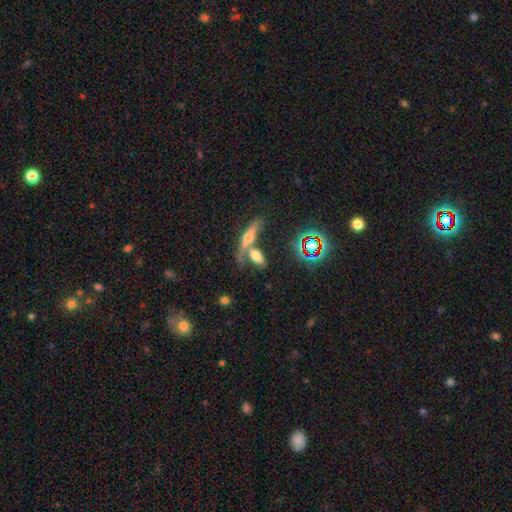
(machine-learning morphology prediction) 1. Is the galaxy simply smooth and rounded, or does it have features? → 55% smooth, 29% featured or disk, 17% star or artifact.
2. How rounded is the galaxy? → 64% in between, 29% cigar-shaped, 7% round.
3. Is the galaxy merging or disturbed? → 45% merger, 40% none, 10% minor disturbance, 5% major disturbance.